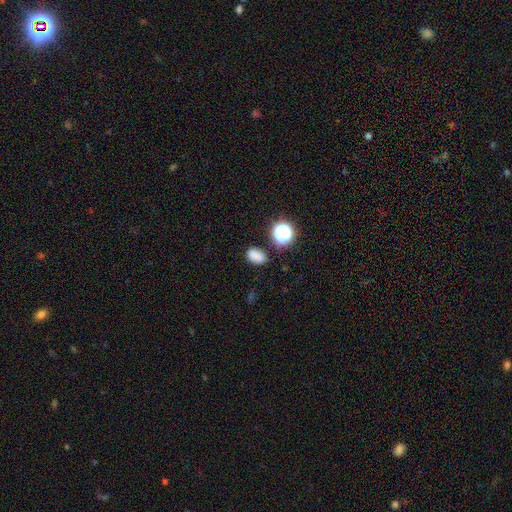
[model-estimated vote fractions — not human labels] This is likely a smooth galaxy (78%). How rounded: likely in between (78%). Merging: likely none (74%).